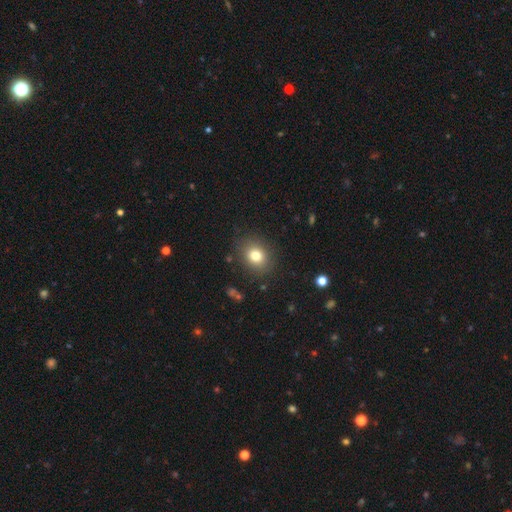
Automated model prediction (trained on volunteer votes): The model was most divided on "how rounded": round: 61%, in between: 38%, cigar-shaped: 1%. More confident: merging — none (85%); smooth or featured — smooth (79%).